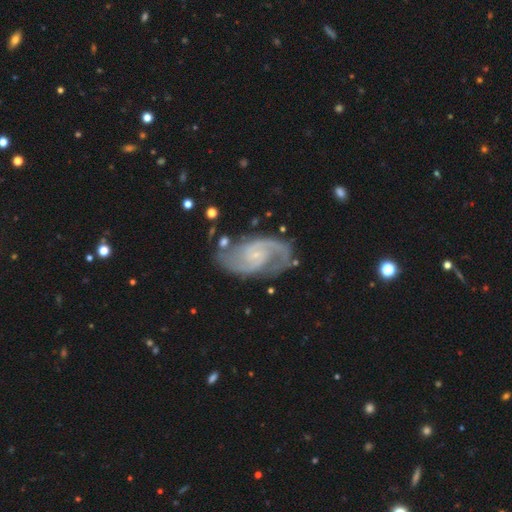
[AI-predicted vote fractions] Morphology: type=featured or disk (88%); edge-on=no (97%); bar=no (53%); spiral arms=yes (98%); winding=medium (54%); arm count=2 (89%); bulge=small (62%); merging=none (77%).